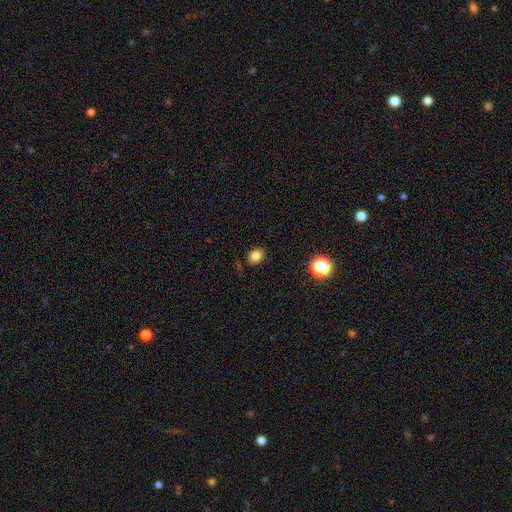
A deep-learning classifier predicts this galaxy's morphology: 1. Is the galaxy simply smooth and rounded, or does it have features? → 80% smooth, 14% star or artifact, 6% featured or disk.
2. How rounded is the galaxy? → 51% round, 49% in between, 1% cigar-shaped.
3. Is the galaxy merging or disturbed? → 83% none, 12% minor disturbance, 3% major disturbance, 2% merger.